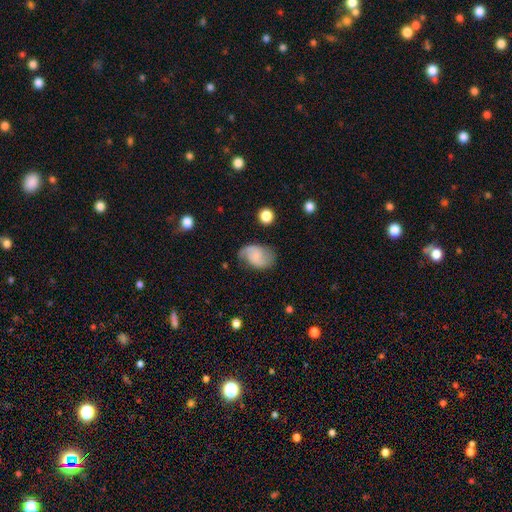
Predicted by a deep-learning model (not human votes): A featured or disk galaxy (52%) with no bar (58%), spiral arms (91%) and no central bulge (41%). Merging: none (61%).